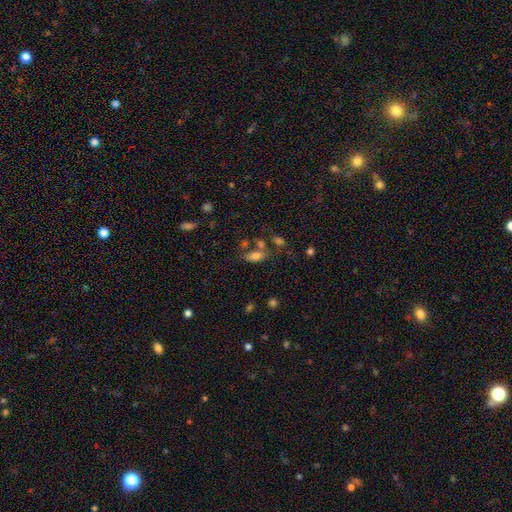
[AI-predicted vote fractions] smooth-or-featured: smooth: 75% | featured or disk: 13% | star or artifact: 12%
  how-rounded: in between: 83% | cigar-shaped: 13% | round: 4%
  merging: none: 52% | merger: 21% | minor disturbance: 17% | major disturbance: 9%